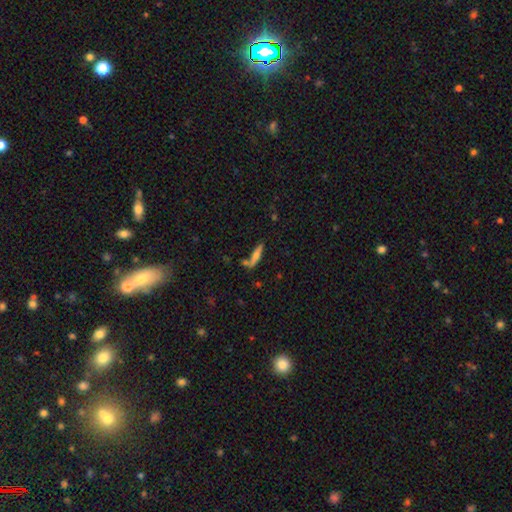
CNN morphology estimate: Overall: smooth (54%; featured or disk 38%). How rounded: cigar-shaped (79%). Merging: none (57%; merger 18%).